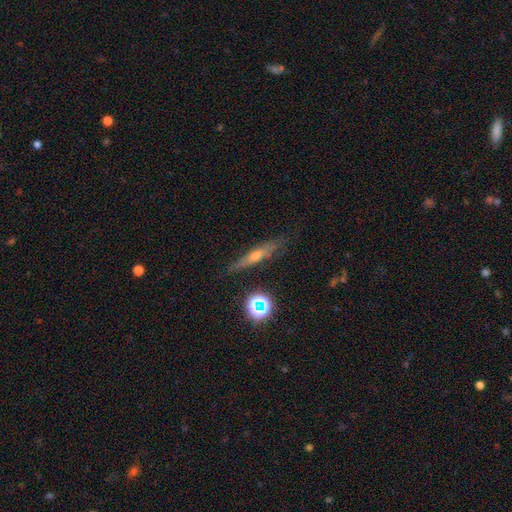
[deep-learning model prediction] This appears to be a featured or disk galaxy (51%) viewed edge-on (90%). Merging: none (81%).